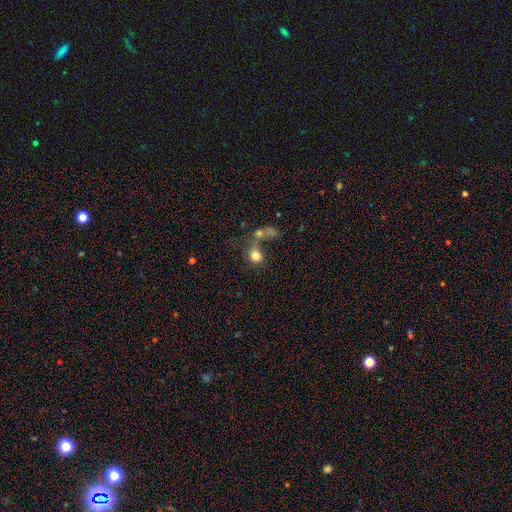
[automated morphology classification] Smooth or featured?
  - smooth: 75% *
  - featured or disk: 14%
  - star or artifact: 11%
How rounded?
  - round: 75% *
  - in between: 24%
  - cigar-shaped: 1%
Merging?
  - merger: 42% *
  - none: 31%
  - major disturbance: 18%
  - minor disturbance: 10%